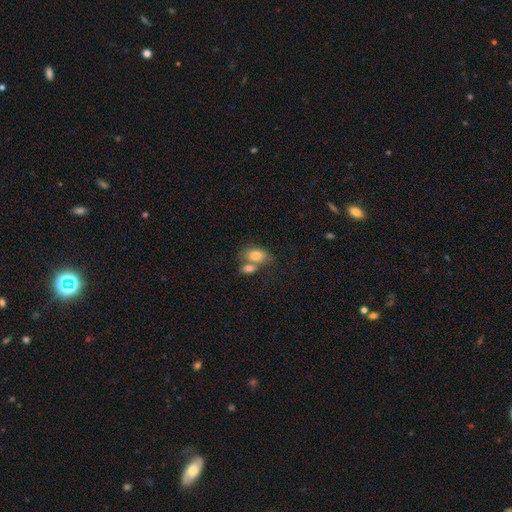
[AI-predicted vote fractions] This is likely a smooth galaxy (79%). How rounded: clearly in between (84%). Merging: possibly merger (51%).